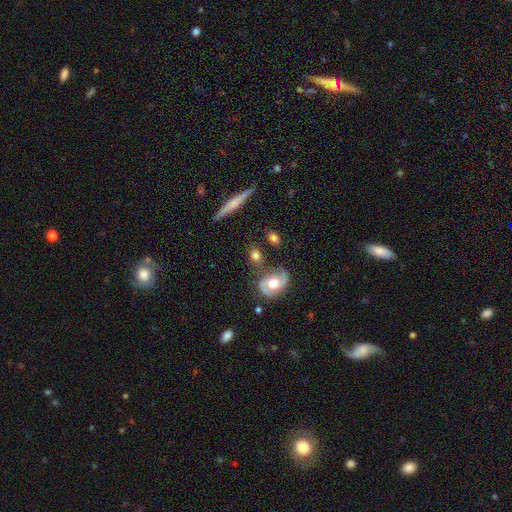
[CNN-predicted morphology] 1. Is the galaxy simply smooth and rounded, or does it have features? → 60% smooth, 30% featured or disk, 9% star or artifact.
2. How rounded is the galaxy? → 60% in between, 33% round, 7% cigar-shaped.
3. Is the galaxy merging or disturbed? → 68% none, 15% minor disturbance, 11% merger, 6% major disturbance.